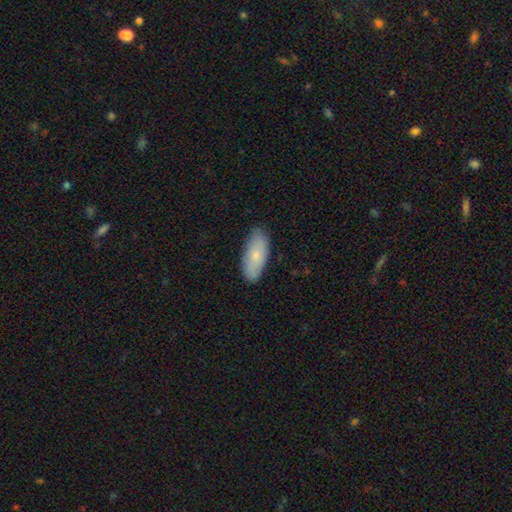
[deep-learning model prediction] A smooth galaxy with no disk features (77%) that is in between round and cigar-shaped (83%). Merging: none (83%).